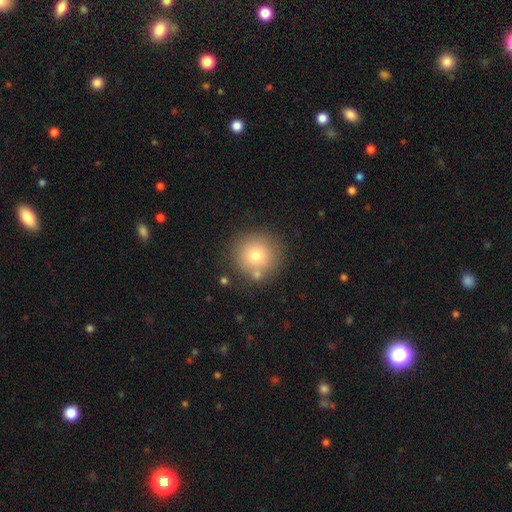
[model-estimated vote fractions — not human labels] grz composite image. It shows a smooth galaxy with no disk features (74%) that is round (94%). Merging: none (79%).